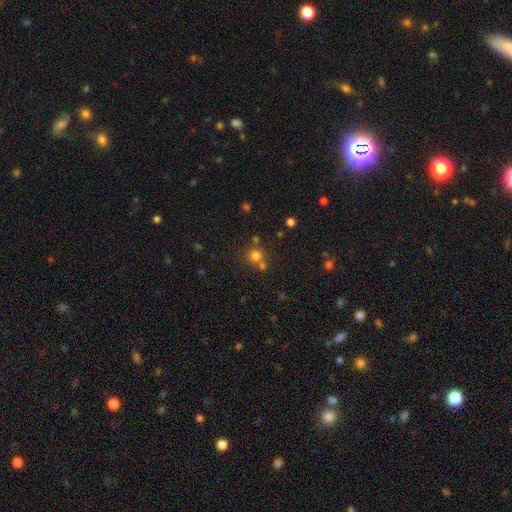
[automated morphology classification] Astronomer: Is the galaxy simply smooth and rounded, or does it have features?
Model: smooth — 73%.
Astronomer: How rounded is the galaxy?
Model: round — 90%.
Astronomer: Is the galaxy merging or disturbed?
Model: none — 61%.